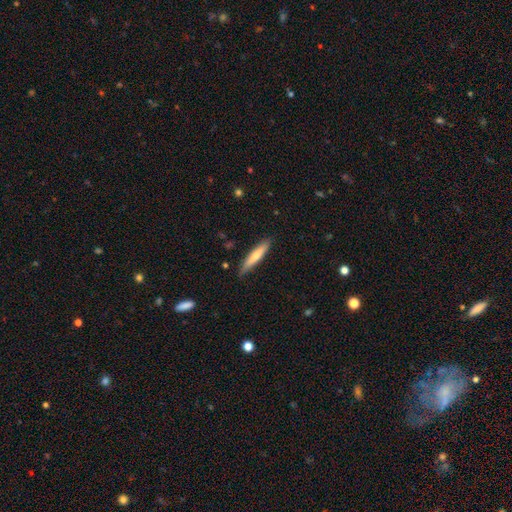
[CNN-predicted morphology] Smooth or featured? smooth (63%)
How rounded? cigar-shaped (88%)
Merging? none (84%)